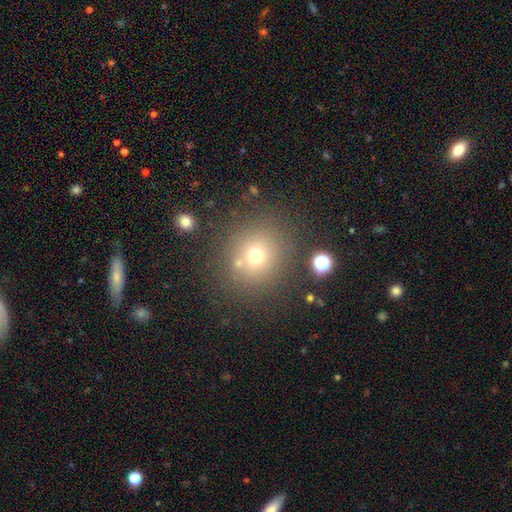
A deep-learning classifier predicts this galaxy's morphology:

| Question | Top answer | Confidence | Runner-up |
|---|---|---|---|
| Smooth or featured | smooth | 67% | star or artifact (20%) |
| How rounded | round | 84% | in between (15%) |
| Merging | none | 78% | minor disturbance (10%) |